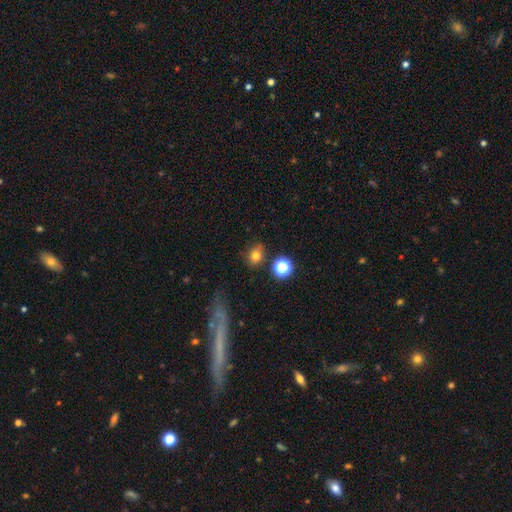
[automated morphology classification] smooth-or-featured: smooth: 76% | star or artifact: 15% | featured or disk: 9%
  how-rounded: round: 57% | in between: 41% | cigar-shaped: 1%
  merging: none: 74% | minor disturbance: 15% | merger: 6% | major disturbance: 5%